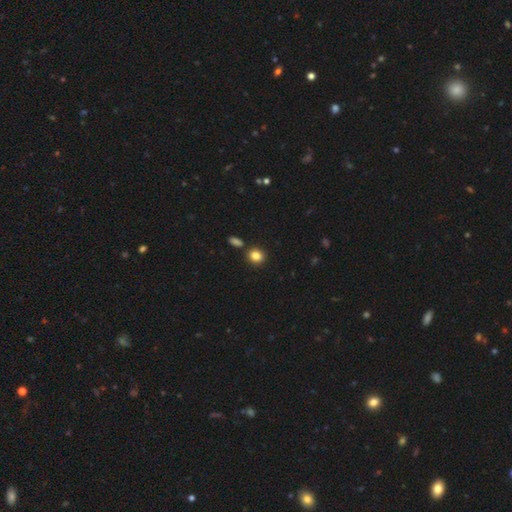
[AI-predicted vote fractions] Q: Smooth or featured?
A: smooth (85%); runner-up: star or artifact (10%)
Q: How rounded?
A: round (70%); runner-up: in between (29%)
Q: Merging?
A: none (80%); runner-up: minor disturbance (9%)